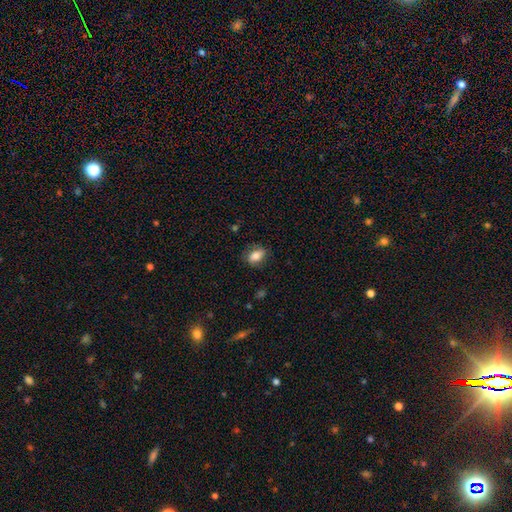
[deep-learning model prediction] Smooth or featured? smooth (78%)
How rounded? in between (82%)
Merging? none (77%)